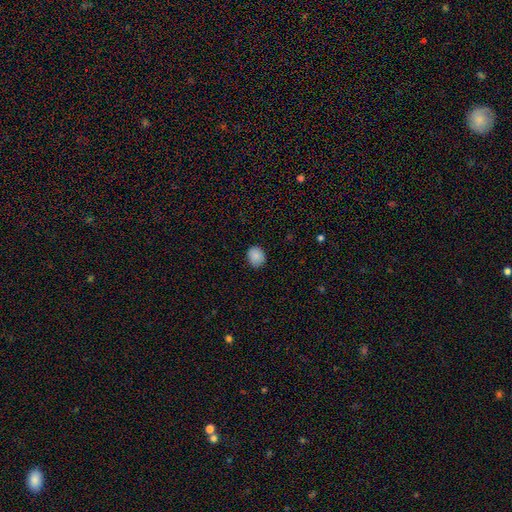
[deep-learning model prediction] smooth_or_featured: smooth (p=0.87) [alt: star or artifact p=0.09]
how_rounded: round (p=0.65) [alt: in between p=0.34]
merging: none (p=0.84) [alt: minor disturbance p=0.13]